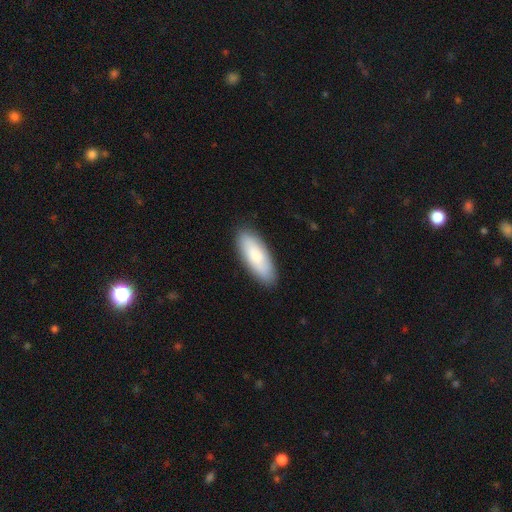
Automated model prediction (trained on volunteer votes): This is likely a smooth galaxy (76%). How rounded: likely in between (71%). Merging: clearly none (87%).